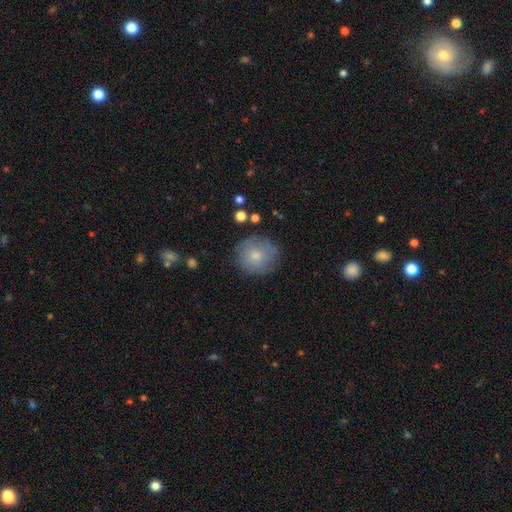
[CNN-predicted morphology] type=smooth (70%); roundness=round (92%); merging=none (77%).